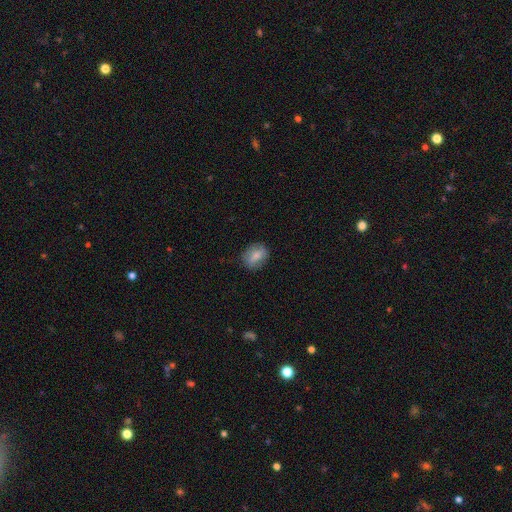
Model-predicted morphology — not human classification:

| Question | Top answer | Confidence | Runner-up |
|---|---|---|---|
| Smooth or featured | smooth | 79% | featured or disk (14%) |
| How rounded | in between | 63% | round (35%) |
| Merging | none | 78% | minor disturbance (17%) |